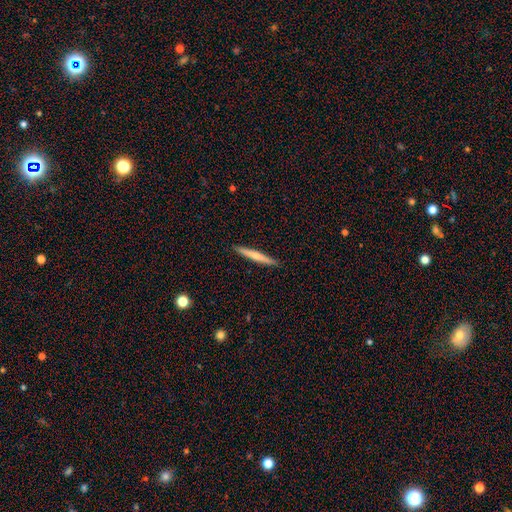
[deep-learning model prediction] Smooth or featured: smooth — 58% (featured or disk — 36%)
How rounded: cigar-shaped — 96% (in between — 3%)
Merging: none — 92% (minor disturbance — 6%)